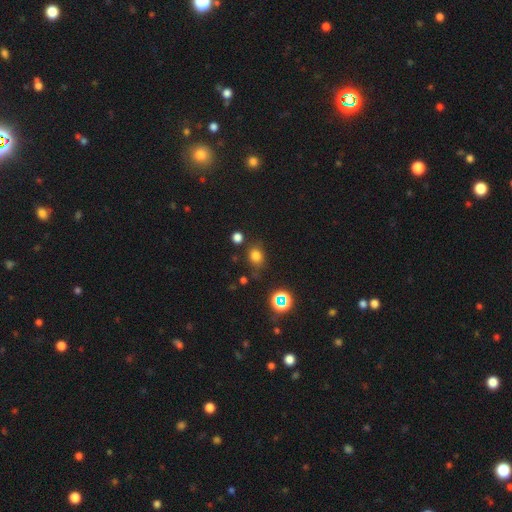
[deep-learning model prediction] smooth_or_featured: smooth (p=0.73) [alt: star or artifact p=0.20]
how_rounded: round (p=0.57) [alt: in between p=0.42]
merging: none (p=0.75) [alt: minor disturbance p=0.15]